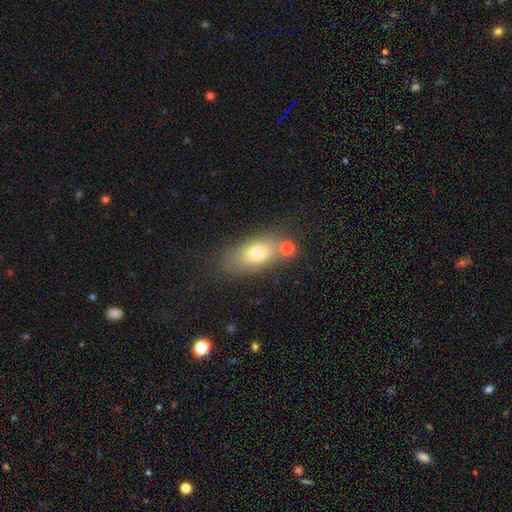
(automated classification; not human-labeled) Smooth or featured? Predicted: smooth (p=0.72). How rounded? Predicted: in between (p=0.81). Merging? Predicted: none (p=0.63).